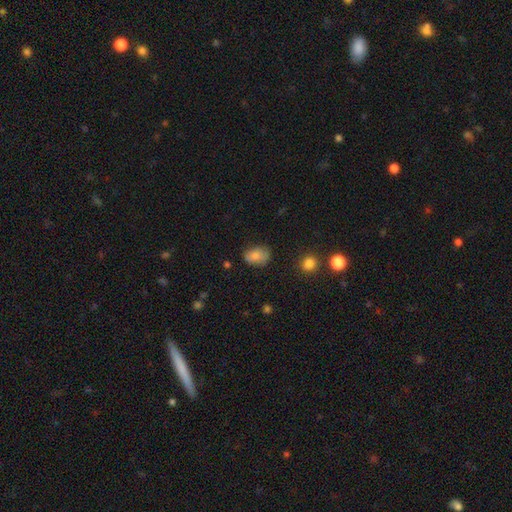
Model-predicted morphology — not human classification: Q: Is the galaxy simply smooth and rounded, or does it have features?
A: smooth — 80%.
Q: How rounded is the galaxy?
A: in between — 75%.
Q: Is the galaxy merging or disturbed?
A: none — 67%.